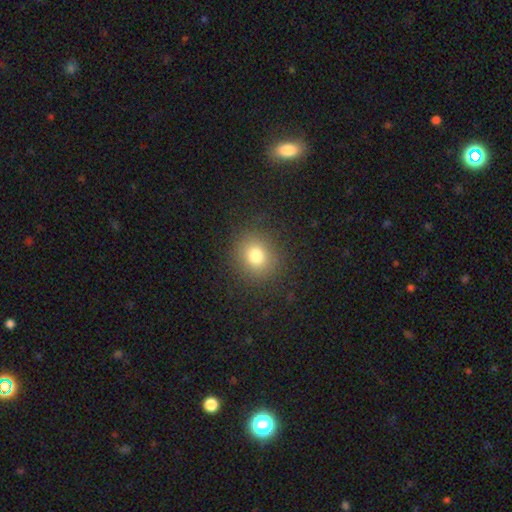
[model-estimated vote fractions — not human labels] This appears to be a smooth galaxy with no disk features (77%) that is round (82%). Merging: none (87%).